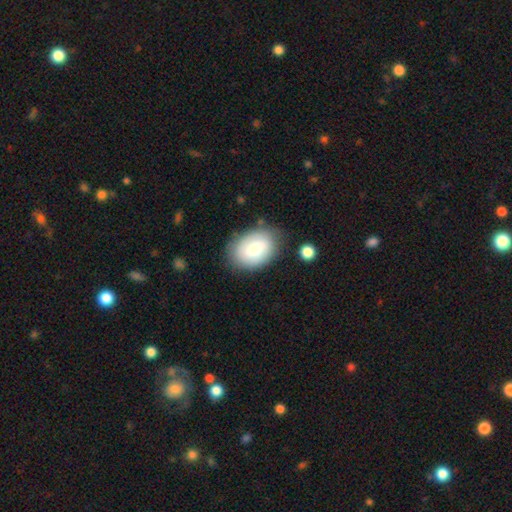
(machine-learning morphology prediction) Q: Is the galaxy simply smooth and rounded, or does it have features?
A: smooth — 68%.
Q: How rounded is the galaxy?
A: in between — 76%.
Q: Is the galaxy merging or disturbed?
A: none — 80%.